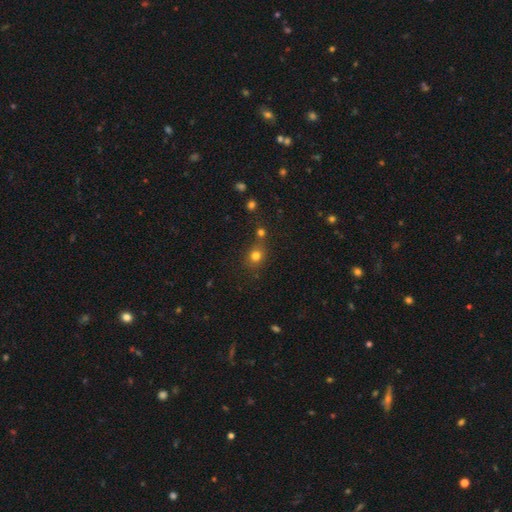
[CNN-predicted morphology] Q: Smooth or featured?
A: smooth (76%); runner-up: star or artifact (17%)
Q: How rounded?
A: round (78%); runner-up: in between (21%)
Q: Merging?
A: none (68%); runner-up: merger (17%)